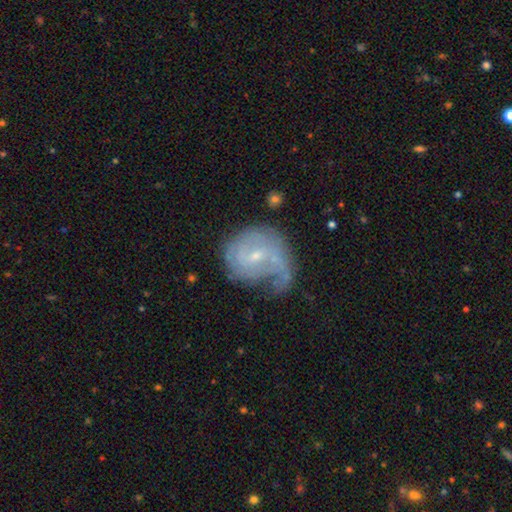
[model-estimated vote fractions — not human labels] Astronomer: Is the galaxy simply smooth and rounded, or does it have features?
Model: featured or disk — 71%.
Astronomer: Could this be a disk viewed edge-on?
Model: no — 97%.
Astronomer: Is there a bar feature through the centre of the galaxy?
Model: weak — 49% (runner-up: no, 40%).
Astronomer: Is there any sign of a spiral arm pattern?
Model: yes — 82%.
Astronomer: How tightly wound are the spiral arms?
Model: tight — 40% (runner-up: medium, 35%).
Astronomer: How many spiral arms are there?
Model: can't tell — 34% (runner-up: 1, 27%).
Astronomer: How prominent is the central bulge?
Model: small — 69%.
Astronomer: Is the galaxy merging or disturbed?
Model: none — 38% (runner-up: major disturbance, 29%).